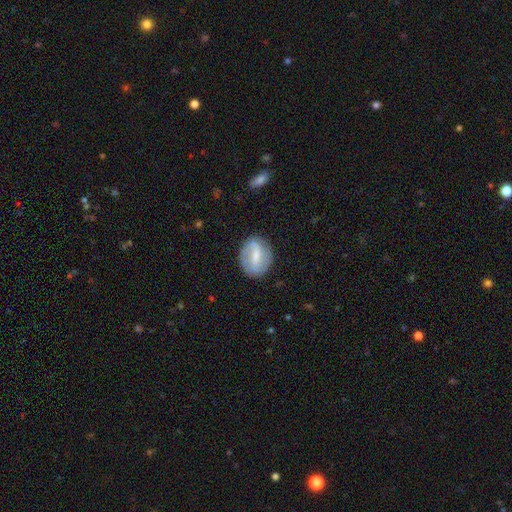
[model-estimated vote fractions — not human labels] The model was most divided on "bar": strong: 45%, weak: 42%, no: 13%. Remaining: edge-on disk — no (94%); merging — none (77%); spiral arms — yes (54%); smooth or featured — featured or disk (54%); bulge size — small (47%).